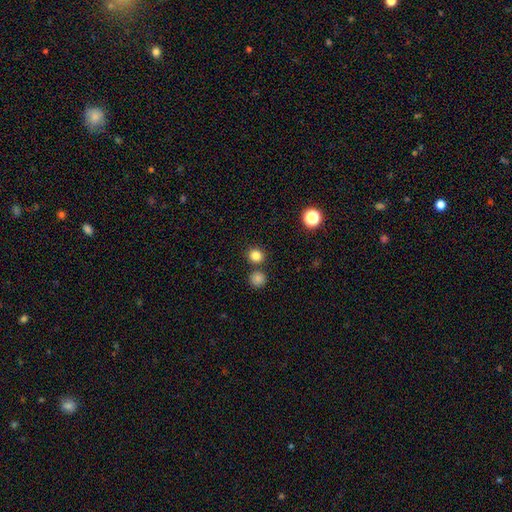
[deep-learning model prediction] A smooth galaxy with no disk features (83%) that is round (89%).

Vote fractions:
- Smooth or featured? smooth: 83% / star or artifact: 13% / featured or disk: 4%
- How rounded? round: 89% / in between: 11% / cigar-shaped: 1%
- Merging? none: 79% / merger: 12% / minor disturbance: 7% / major disturbance: 3%